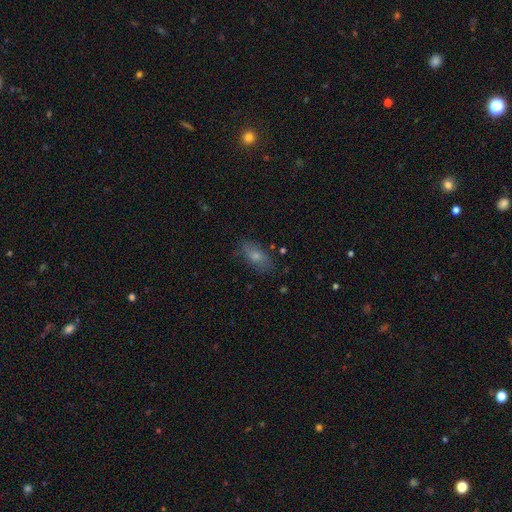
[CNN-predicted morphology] type=smooth (72%); roundness=in between (84%); merging=none (77%).